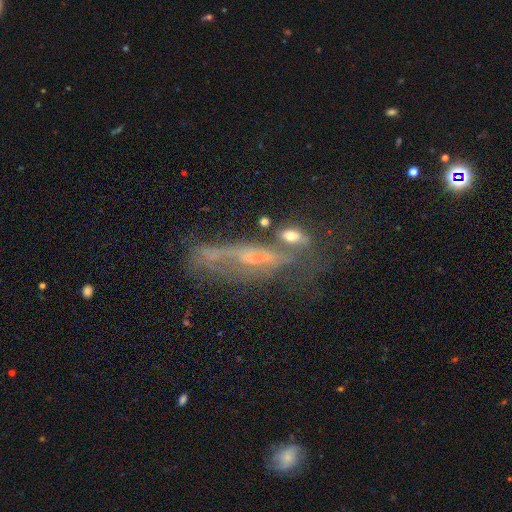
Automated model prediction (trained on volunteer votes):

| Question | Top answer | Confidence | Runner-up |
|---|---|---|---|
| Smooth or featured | featured or disk | 61% | smooth (22%) |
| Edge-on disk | no | 57% | yes (43%) |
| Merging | none | 40% | major disturbance (22%) |